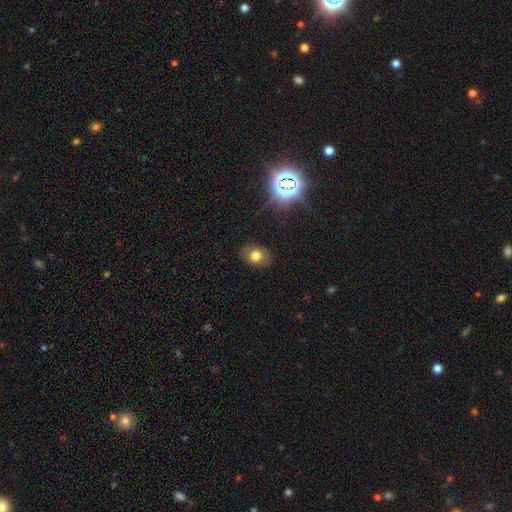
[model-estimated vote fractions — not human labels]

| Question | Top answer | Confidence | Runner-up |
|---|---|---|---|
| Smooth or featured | smooth | 70% | featured or disk (16%) |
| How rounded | in between | 70% | round (29%) |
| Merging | none | 83% | minor disturbance (12%) |